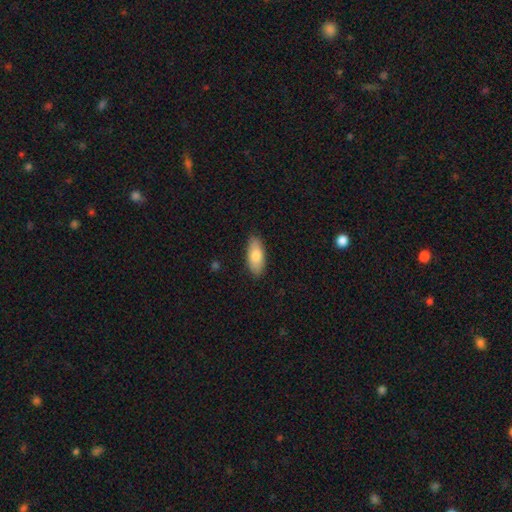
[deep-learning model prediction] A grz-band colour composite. It shows a smooth galaxy with no disk features (79%) that is in between round and cigar-shaped (83%). Merging: none (87%).